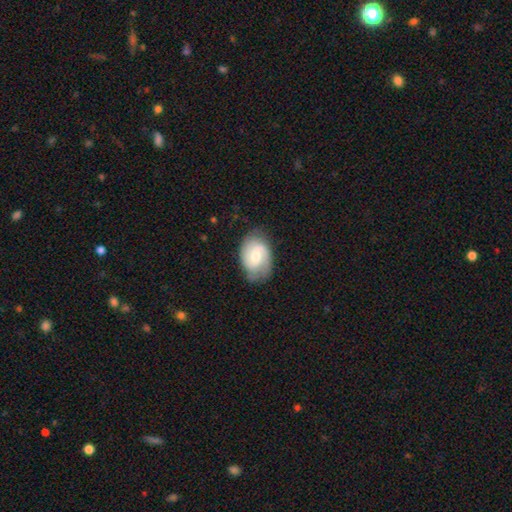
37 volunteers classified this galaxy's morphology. featured or disk 51%, smooth 43%, star or artifact 5%. Down the decision tree: edge-on disk — no (100%); bar — no (47%); spiral arms — yes (89%); spiral arm count — 2 (76%); spiral winding — medium (53%); bulge size — moderate (47%); merging — none (54%).